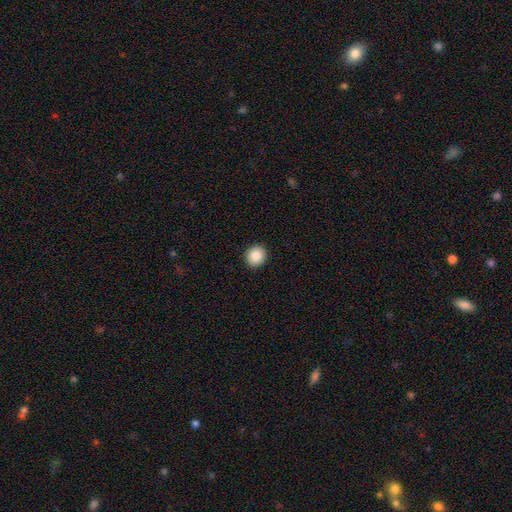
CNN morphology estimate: A smooth galaxy with no disk features (88%) that is round (86%). Merging: none (93%).